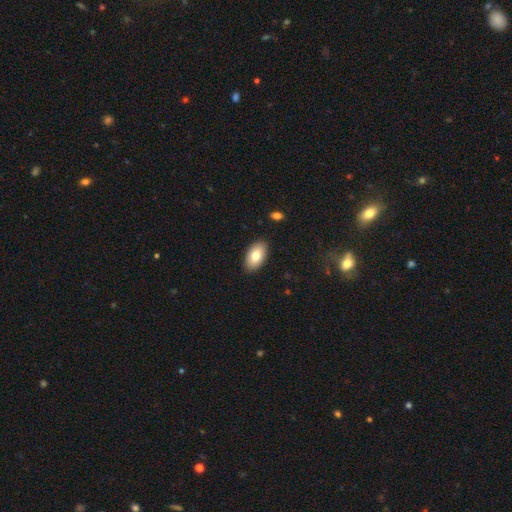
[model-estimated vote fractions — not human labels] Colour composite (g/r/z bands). It shows a smooth galaxy with no disk features (77%) that is in between round and cigar-shaped (94%). Merging: none (89%).